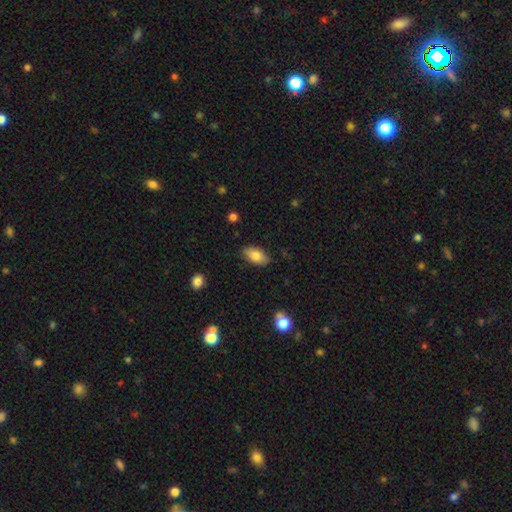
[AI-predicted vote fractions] A smooth galaxy with no disk features (80%) that is in between round and cigar-shaped (93%). Merging: none (86%).